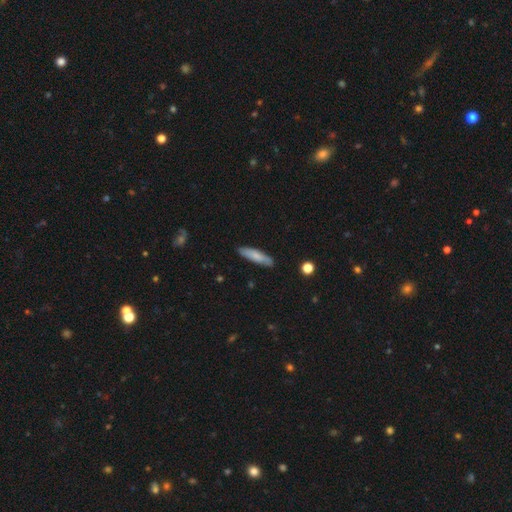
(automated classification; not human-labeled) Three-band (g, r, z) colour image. It shows a smooth galaxy with no disk features (75%) that is cigar-shaped (75%). Merging: none (82%).